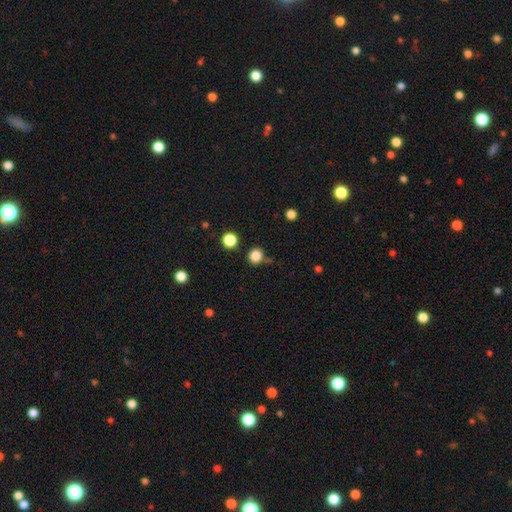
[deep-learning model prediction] A smooth galaxy with no disk features (84%) that is round (88%).

Vote fractions:
- Smooth or featured? smooth: 84% / star or artifact: 12% / featured or disk: 4%
- How rounded? round: 88% / in between: 11% / cigar-shaped: 1%
- Merging? none: 76% / minor disturbance: 13% / merger: 7% / major disturbance: 4%